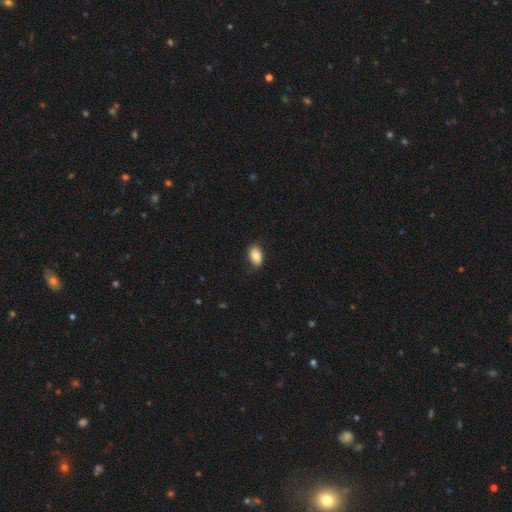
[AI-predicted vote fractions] A smooth galaxy with no disk features (83%) that is in between round and cigar-shaped (88%).

Vote fractions:
- Smooth or featured? smooth: 83% / featured or disk: 9% / star or artifact: 7%
- How rounded? in between: 88% / round: 10% / cigar-shaped: 1%
- Merging? none: 79% / minor disturbance: 17% / major disturbance: 3% / merger: 1%